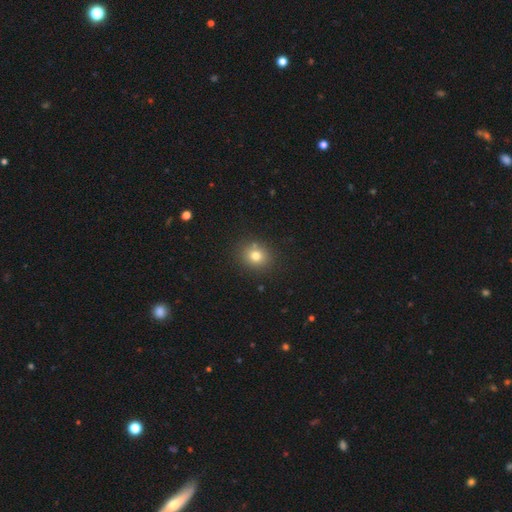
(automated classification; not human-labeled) A smooth galaxy with no disk features (77%) that is round (76%). Merging: none (83%).